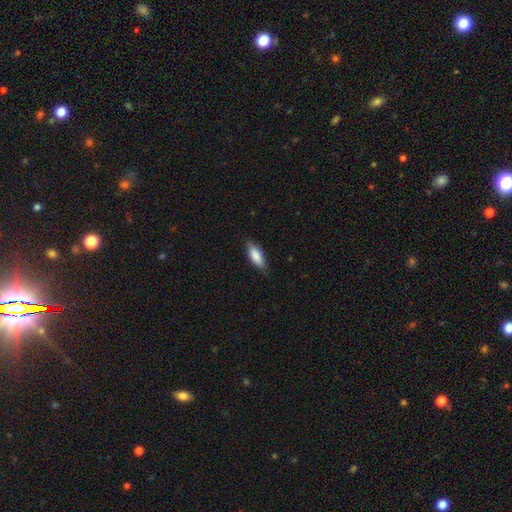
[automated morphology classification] smooth_or_featured: smooth (p=0.83) [alt: featured or disk p=0.11]
how_rounded: in between (p=0.74) [alt: cigar-shaped p=0.24]
merging: none (p=0.79) [alt: minor disturbance p=0.17]